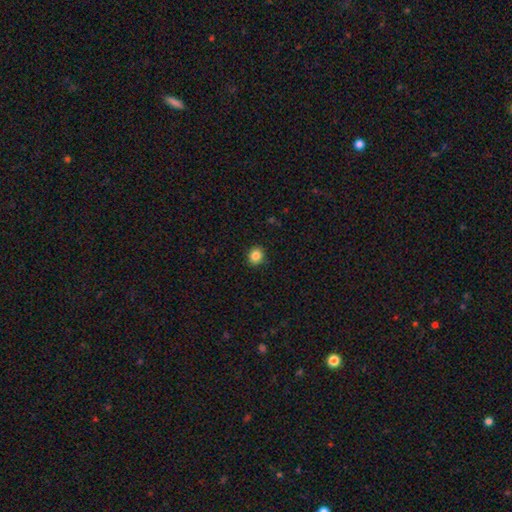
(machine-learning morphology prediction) Smooth or featured? smooth (85%)
How rounded? round (80%)
Merging? none (91%)